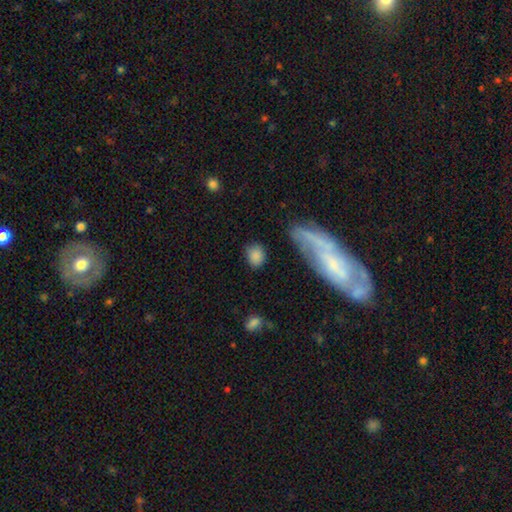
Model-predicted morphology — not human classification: Overall: smooth (84%). How rounded: round (57%; in between 41%). Merging: none (76%).